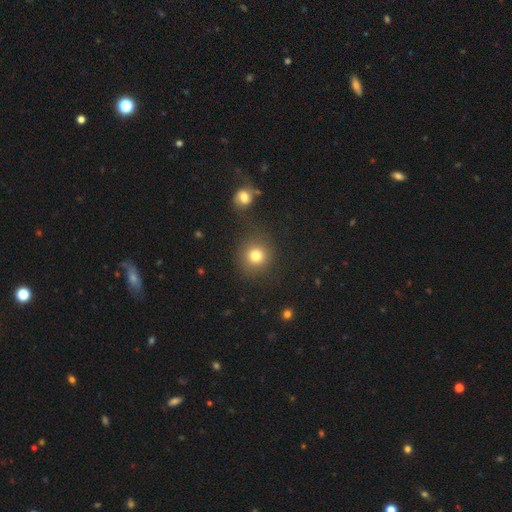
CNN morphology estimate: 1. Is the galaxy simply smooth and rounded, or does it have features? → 79% smooth, 13% star or artifact, 8% featured or disk.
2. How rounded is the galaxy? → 91% round, 8% in between, 1% cigar-shaped.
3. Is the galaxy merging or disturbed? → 78% none, 9% merger, 9% minor disturbance, 4% major disturbance.